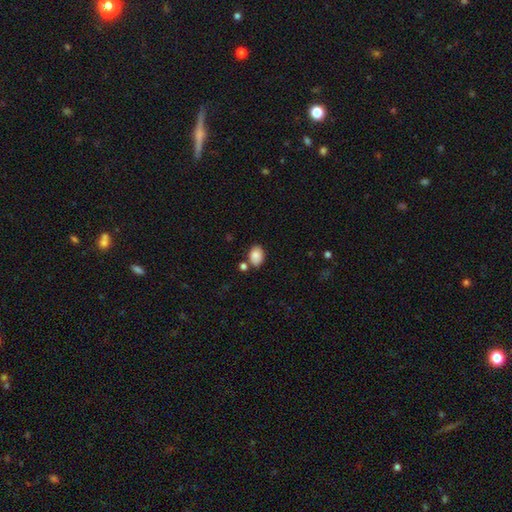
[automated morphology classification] A smooth galaxy with no disk features (86%) that is in between round and cigar-shaped (82%). Merging: none (71%).